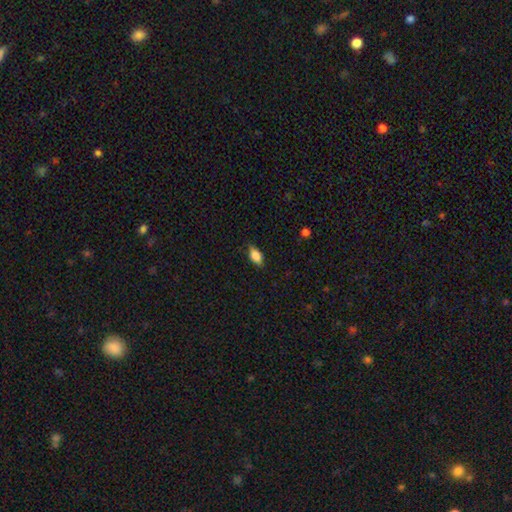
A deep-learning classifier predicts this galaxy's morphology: type=smooth (81%); roundness=in between (86%); merging=none (81%).